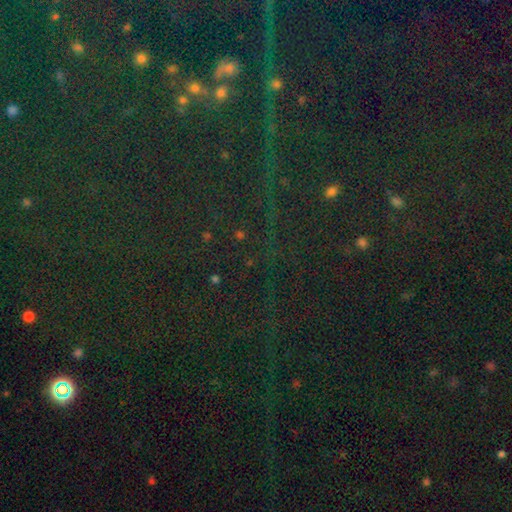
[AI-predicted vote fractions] Smooth or featured? star or artifact (81%)